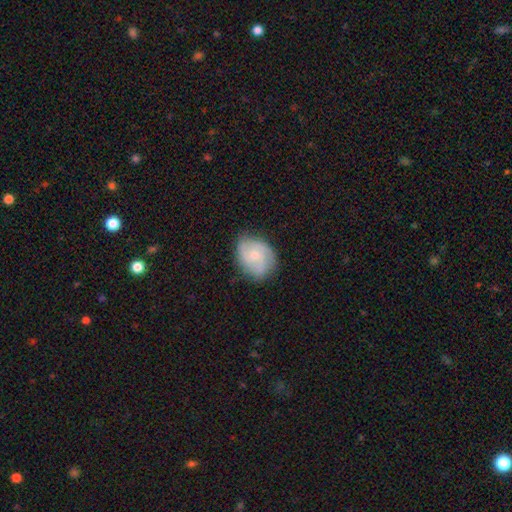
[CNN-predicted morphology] Smooth or featured: featured or disk — 60% (smooth — 34%)
Edge-on disk: no — 97% (yes — 3%)
Bar: no — 73% (weak — 24%)
Spiral arms: yes — 90% (no — 10%)
Spiral winding: medium — 44% (tight — 41%)
Spiral arm count: 3 — 35% (2 — 31%)
Bulge size: small — 60% (moderate — 34%)
Merging: none — 73% (minor disturbance — 21%)